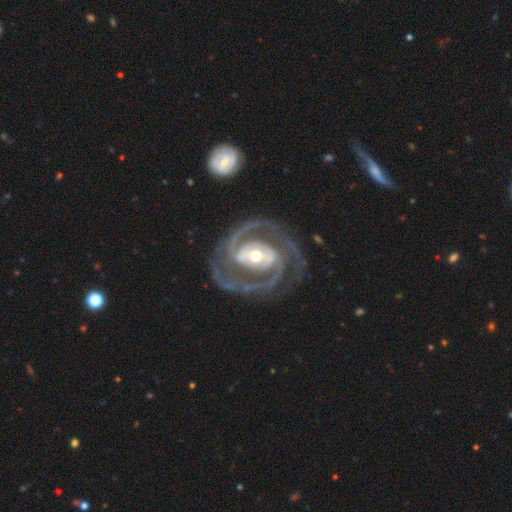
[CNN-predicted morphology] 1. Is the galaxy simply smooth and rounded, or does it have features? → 94% featured or disk, 3% star or artifact, 3% smooth.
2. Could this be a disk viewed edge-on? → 98% no, 2% yes.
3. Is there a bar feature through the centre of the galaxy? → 43% strong, 32% weak, 25% no.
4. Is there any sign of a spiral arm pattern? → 98% yes, 2% no.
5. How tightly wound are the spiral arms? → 51% tight, 43% medium, 6% loose.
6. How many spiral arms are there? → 71% 2, 15% 3, 5% can't tell, 3% 4, 3% 1, 3% more than 4.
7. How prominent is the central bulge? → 66% moderate, 23% small, 9% large, 1% dominant, 1% none.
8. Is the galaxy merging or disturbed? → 76% none, 14% minor disturbance, 8% major disturbance, 2% merger.